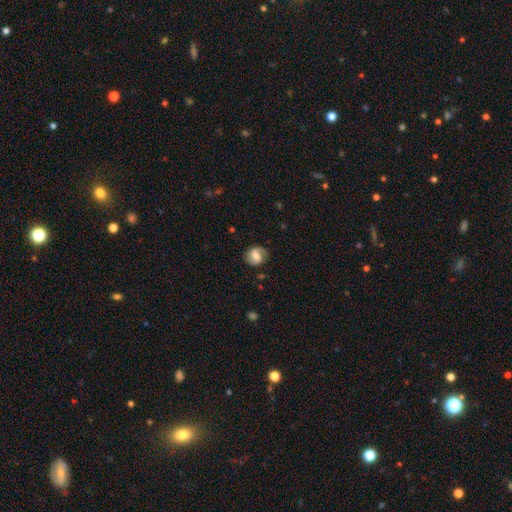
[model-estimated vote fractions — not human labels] A smooth galaxy with no disk features (51%) that is round (69%). Merging: none (71%).